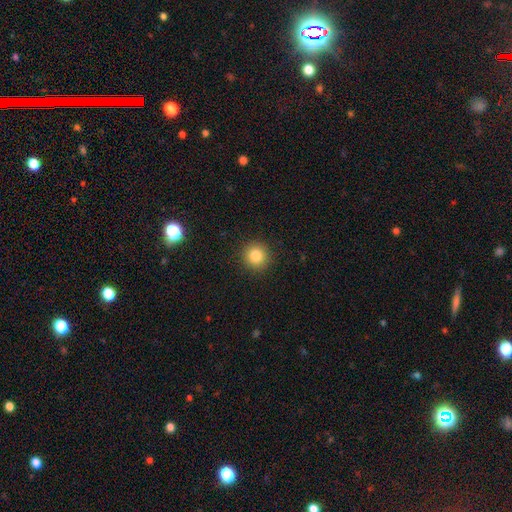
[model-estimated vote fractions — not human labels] Smooth or featured?
  - smooth: 84% *
  - star or artifact: 11%
  - featured or disk: 5%
How rounded?
  - round: 93% *
  - in between: 6%
  - cigar-shaped: 1%
Merging?
  - none: 92% *
  - minor disturbance: 5%
  - major disturbance: 2%
  - merger: 1%